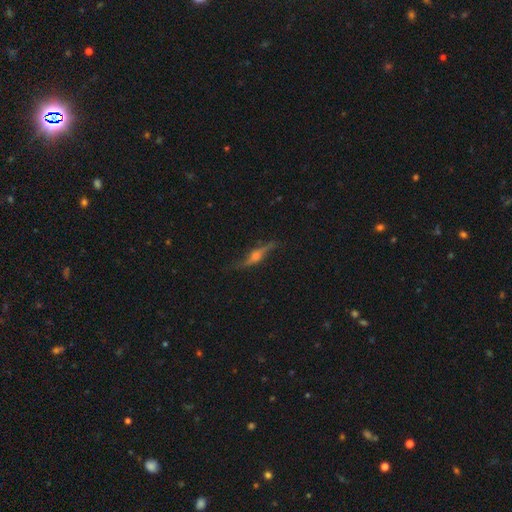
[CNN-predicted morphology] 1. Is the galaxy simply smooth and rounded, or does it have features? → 79% featured or disk, 14% smooth, 8% star or artifact.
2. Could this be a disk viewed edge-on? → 83% yes, 17% no.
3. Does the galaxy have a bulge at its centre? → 90% rounded, 6% boxy, 3% none.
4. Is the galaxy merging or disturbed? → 77% none, 16% minor disturbance, 6% major disturbance, 2% merger.